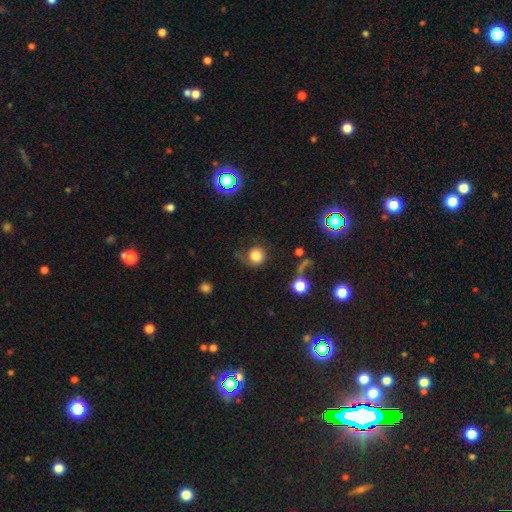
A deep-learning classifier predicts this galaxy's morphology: This appears to be a smooth galaxy with no disk features (78%) that is round (89%). Merging: none (54%).